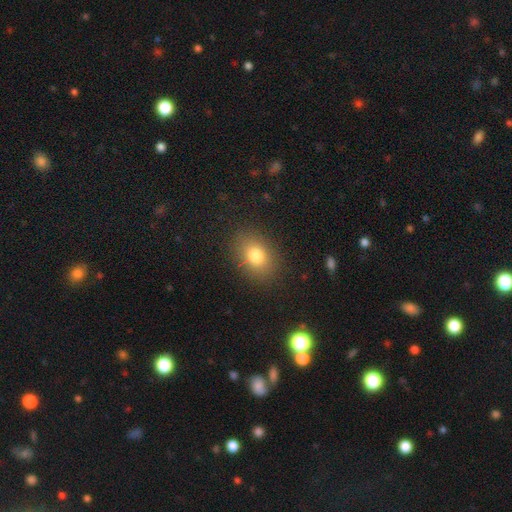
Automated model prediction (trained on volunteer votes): A smooth galaxy with no disk features (79%) that is in between round and cigar-shaped (67%). Merging: none (86%).